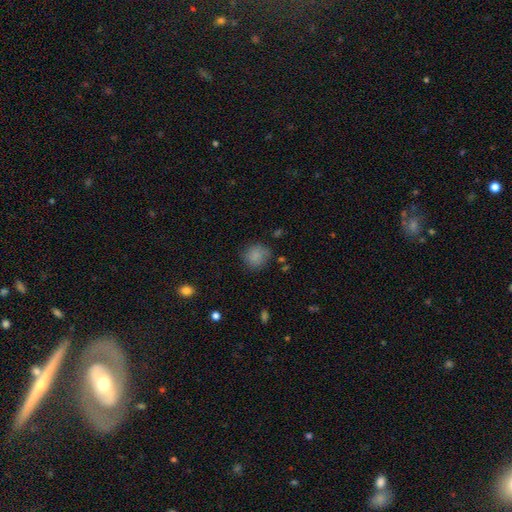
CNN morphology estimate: The model was most divided on "merging": none: 76%, minor disturbance: 16%, major disturbance: 5%, merger: 2%. More confident: smooth or featured — smooth (83%); how rounded — round (81%).